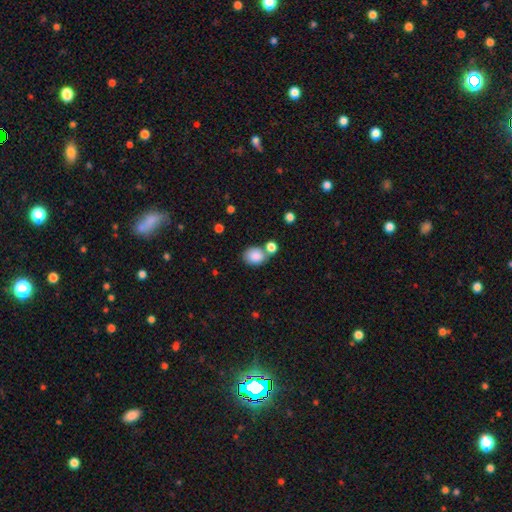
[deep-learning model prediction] Overall: smooth (86%). How rounded: round (55%; in between 44%). Merging: none (55%; merger 27%).